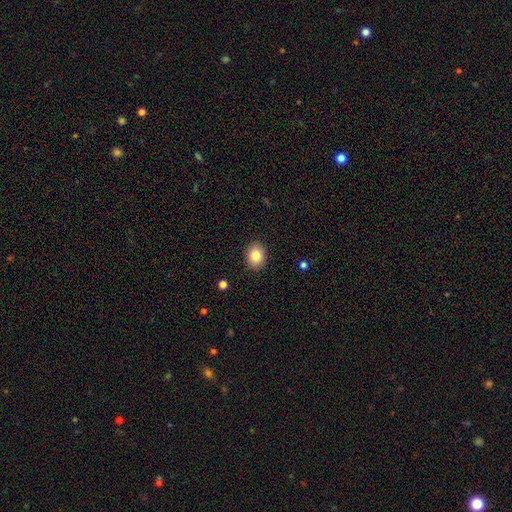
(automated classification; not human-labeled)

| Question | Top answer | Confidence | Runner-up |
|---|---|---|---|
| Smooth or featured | smooth | 84% | star or artifact (9%) |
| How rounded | in between | 55% | round (44%) |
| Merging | none | 89% | minor disturbance (8%) |